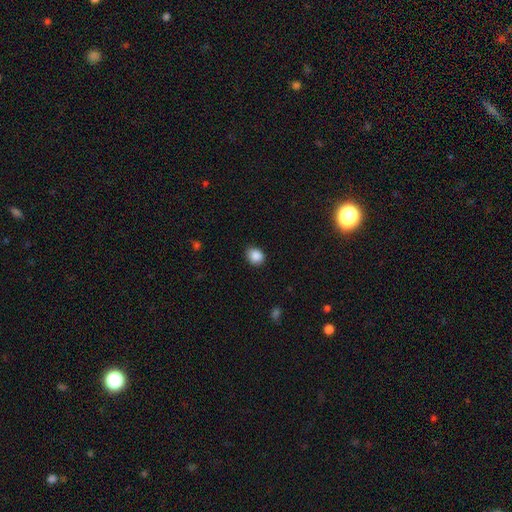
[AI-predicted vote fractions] Smooth or featured: smooth — 88% (star or artifact — 9%)
How rounded: round — 68% (in between — 31%)
Merging: none — 84% (minor disturbance — 12%)